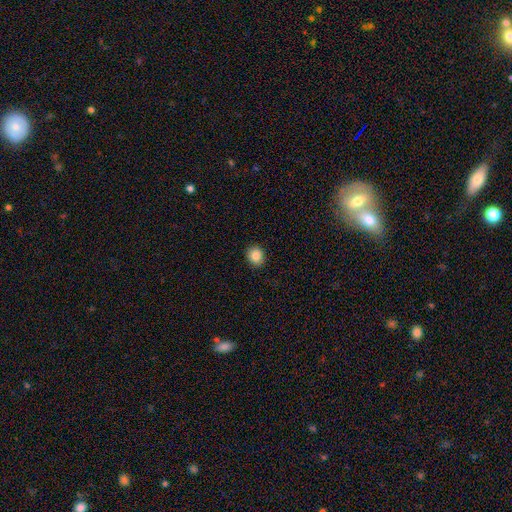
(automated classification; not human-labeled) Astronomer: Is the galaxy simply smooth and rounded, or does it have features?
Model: smooth — 86%.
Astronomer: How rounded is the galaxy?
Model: round — 77%.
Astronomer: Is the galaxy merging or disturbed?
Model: none — 90%.